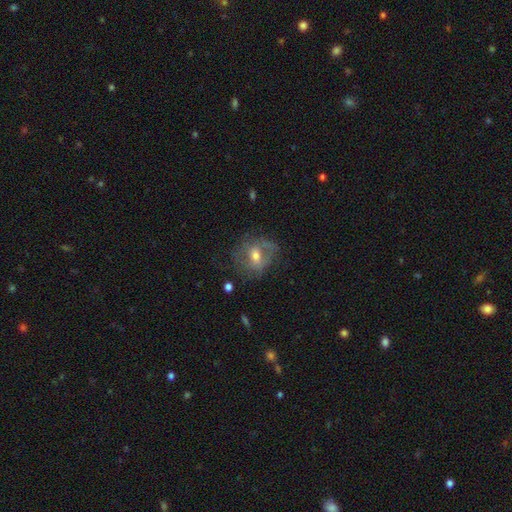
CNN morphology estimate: Smooth or featured: featured or disk — 51% (smooth — 38%)
Edge-on disk: no — 94% (yes — 6%)
Merging: none — 52% (minor disturbance — 25%)